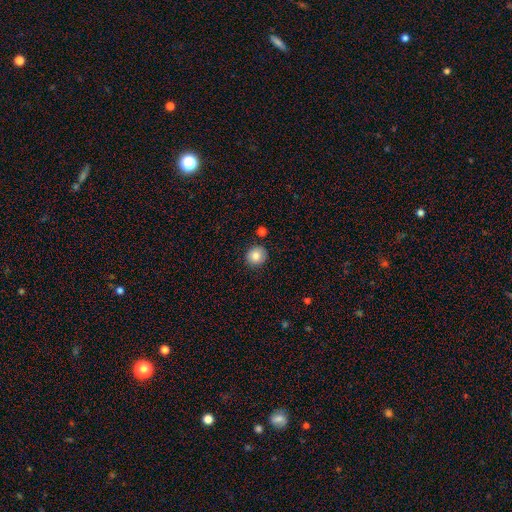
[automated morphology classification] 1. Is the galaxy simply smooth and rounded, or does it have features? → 84% smooth, 9% star or artifact, 7% featured or disk.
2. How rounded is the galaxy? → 88% round, 11% in between, 1% cigar-shaped.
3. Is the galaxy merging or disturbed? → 86% none, 9% minor disturbance, 3% merger, 2% major disturbance.